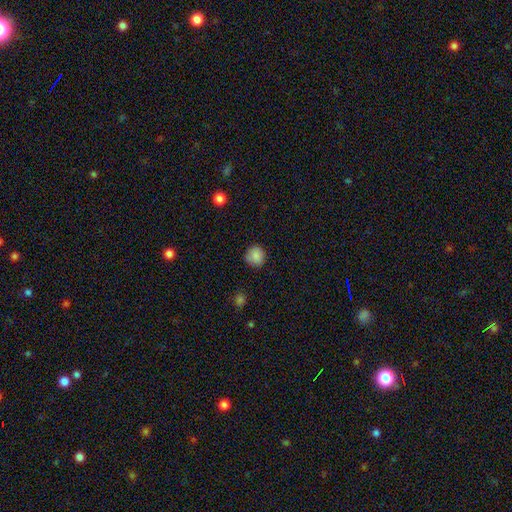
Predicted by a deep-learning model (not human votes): Smooth or featured?
  - smooth: 87% *
  - star or artifact: 9%
  - featured or disk: 4%
How rounded?
  - round: 90% *
  - in between: 10%
  - cigar-shaped: 1%
Merging?
  - none: 86% *
  - minor disturbance: 10%
  - major disturbance: 2%
  - merger: 1%